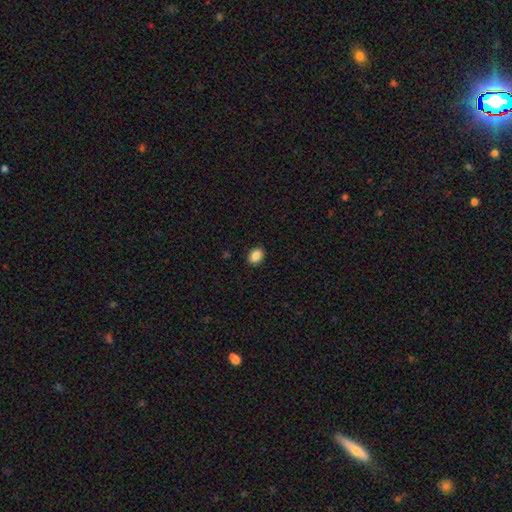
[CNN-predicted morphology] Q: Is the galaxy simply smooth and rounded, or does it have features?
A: smooth — 88%.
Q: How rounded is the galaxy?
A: in between — 72%.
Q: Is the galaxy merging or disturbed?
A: none — 90%.